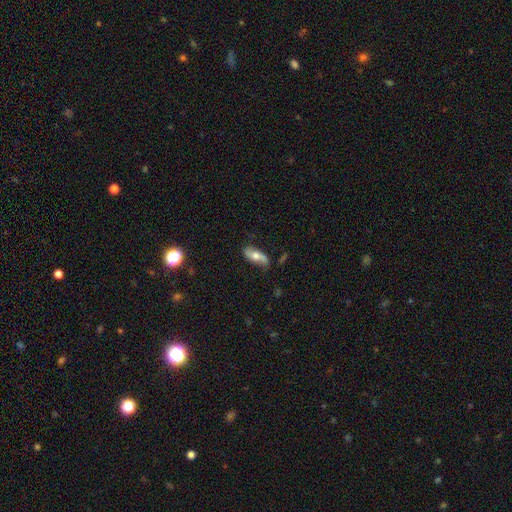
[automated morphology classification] A smooth galaxy with no disk features (51%) that is in between round and cigar-shaped (74%). Merging: none (68%).